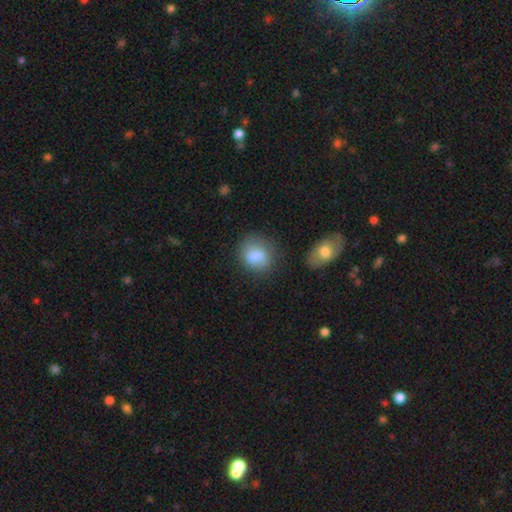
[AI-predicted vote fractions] Morphology: type=smooth (82%); roundness=round (60%); merging=none (65%).